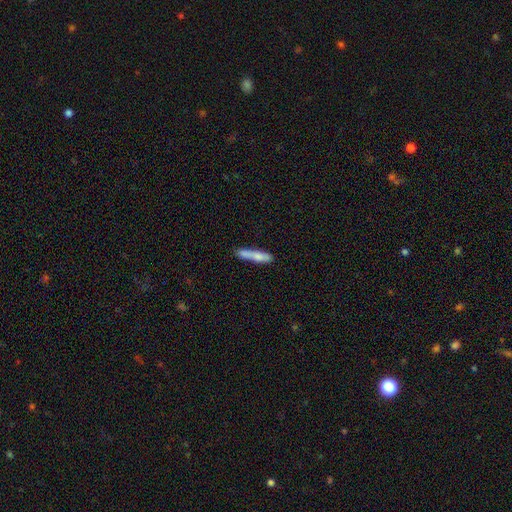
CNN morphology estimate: Q: Smooth or featured?
A: smooth (70%); runner-up: featured or disk (24%)
Q: How rounded?
A: cigar-shaped (85%); runner-up: in between (13%)
Q: Merging?
A: none (62%); runner-up: minor disturbance (20%)